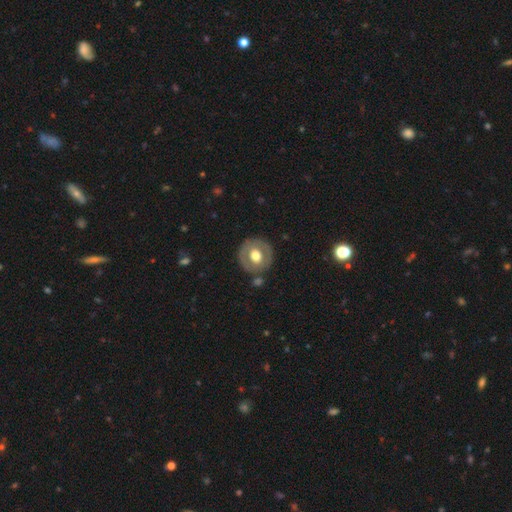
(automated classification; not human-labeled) This is possibly a smooth galaxy (49%). Merging: clearly none (81%).